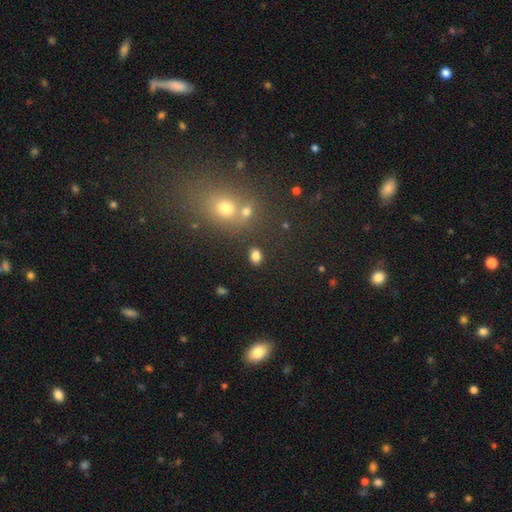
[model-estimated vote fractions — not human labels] Smooth or featured?
  - smooth: 82% *
  - star or artifact: 13%
  - featured or disk: 5%
How rounded?
  - in between: 63% *
  - round: 36%
  - cigar-shaped: 1%
Merging?
  - none: 81% *
  - minor disturbance: 9%
  - merger: 6%
  - major disturbance: 3%